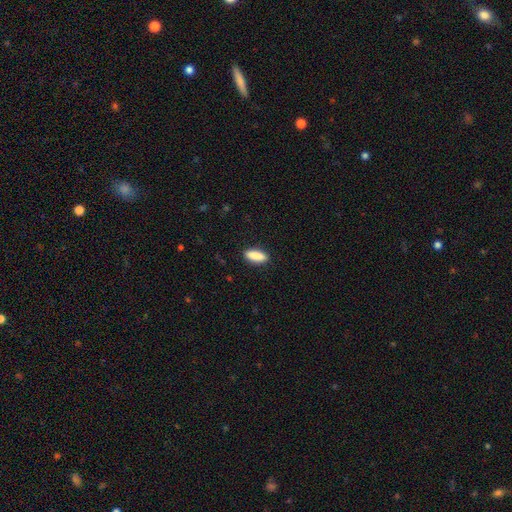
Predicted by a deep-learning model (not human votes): Smooth or featured?
  - smooth: 88% *
  - star or artifact: 6%
  - featured or disk: 5%
How rounded?
  - in between: 67% *
  - cigar-shaped: 30%
  - round: 2%
Merging?
  - none: 89% *
  - minor disturbance: 8%
  - major disturbance: 2%
  - merger: 1%